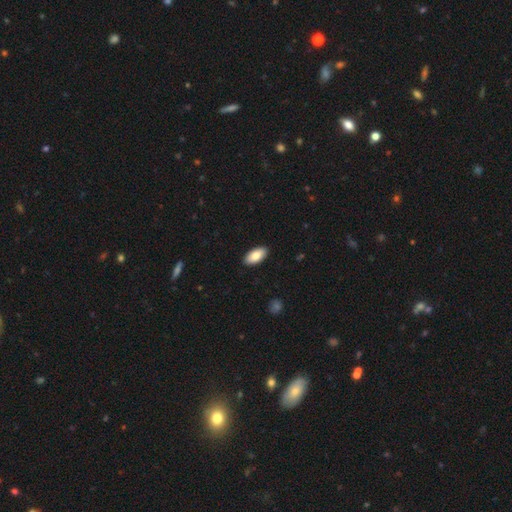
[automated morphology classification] Overall: smooth (84%). How rounded: in between (94%). Merging: none (90%).